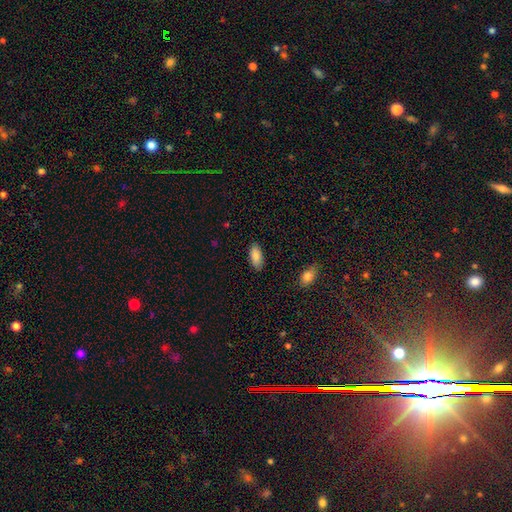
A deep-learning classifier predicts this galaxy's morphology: Smooth or featured? Predicted: smooth (p=0.88). How rounded? Predicted: in between (p=0.90). Merging? Predicted: none (p=0.86).